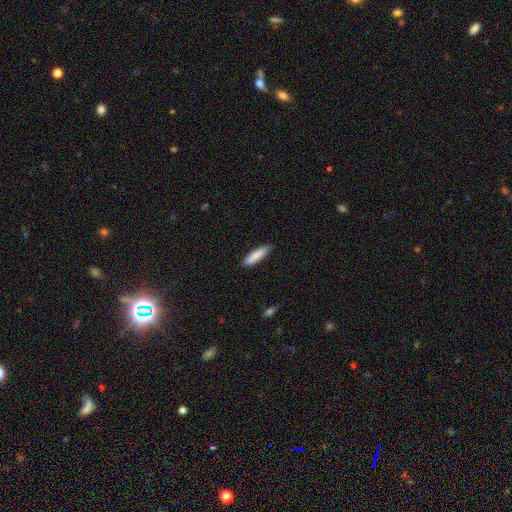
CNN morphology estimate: smooth-or-featured: smooth: 85% | featured or disk: 9% | star or artifact: 6%
  how-rounded: cigar-shaped: 70% | in between: 29% | round: 1%
  merging: none: 80% | minor disturbance: 17% | major disturbance: 2% | merger: 1%